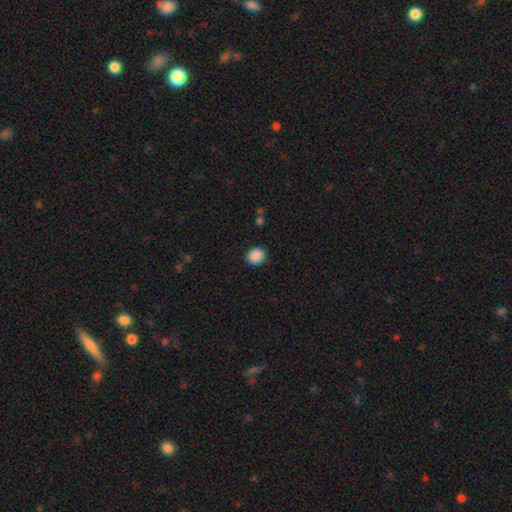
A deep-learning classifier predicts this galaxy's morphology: type=smooth (89%); roundness=round (64%); merging=none (88%).